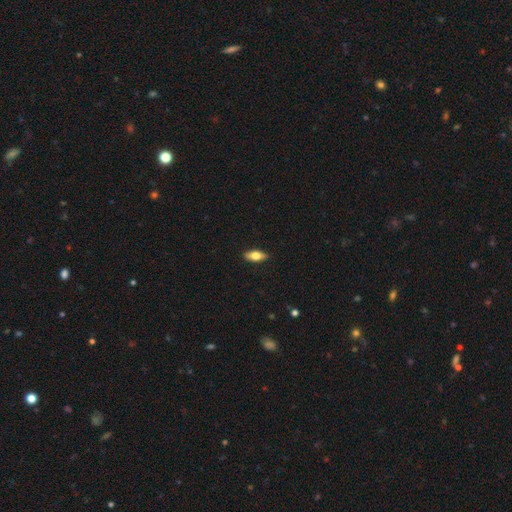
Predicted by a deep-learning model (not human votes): This appears to be a smooth galaxy with no disk features (69%) that is in between round and cigar-shaped (78%). Merging: none (89%).